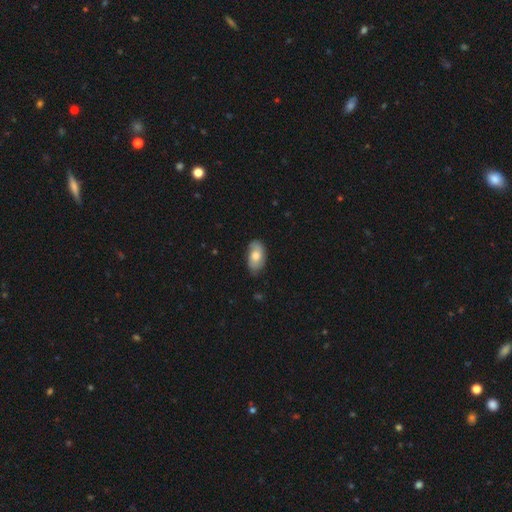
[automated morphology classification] The model was most divided on "smooth or featured": smooth: 70%, featured or disk: 23%, star or artifact: 6%. More confident: how rounded — in between (94%); merging — none (75%).